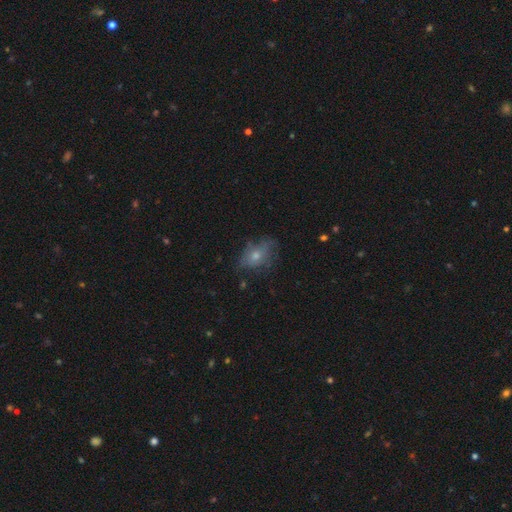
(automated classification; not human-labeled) A smooth galaxy with no disk features (46%).

Vote fractions:
- Smooth or featured? smooth: 46% / featured or disk: 37% / star or artifact: 16%
- Merging? none: 61% / minor disturbance: 25% / major disturbance: 12% / merger: 2%